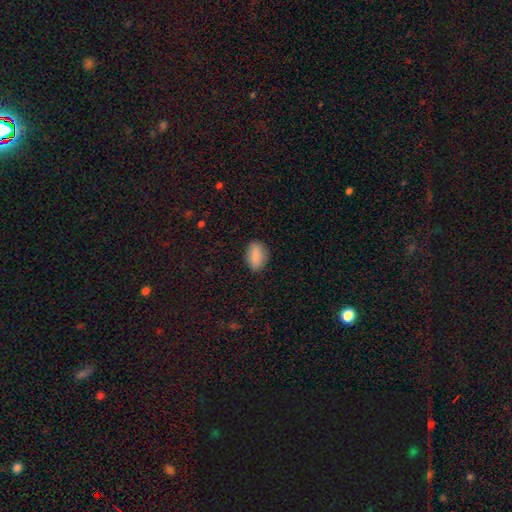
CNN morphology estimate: This is clearly a smooth galaxy (87%). How rounded: clearly in between (86%). Merging: clearly none (85%).